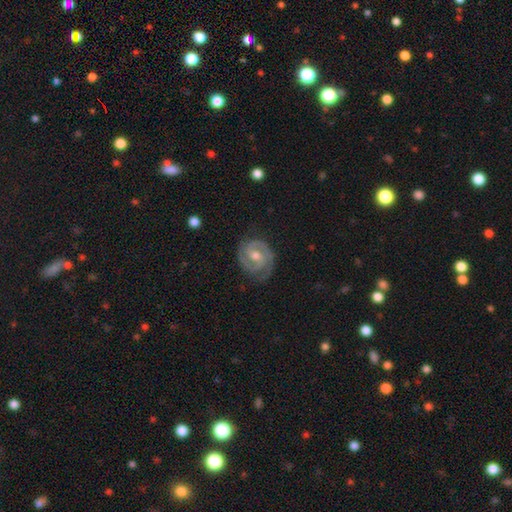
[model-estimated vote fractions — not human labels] This is clearly a featured or disk galaxy (88%). It is clearly not viewed edge-on (98%). Bar: possibly weak (45%). Spiral arm pattern: clearly yes (98%). Spiral arm count: clearly 2 (86%). Spiral winding: likely tight (65%). Central bulge: likely moderate (69%). Merging: clearly none (81%).